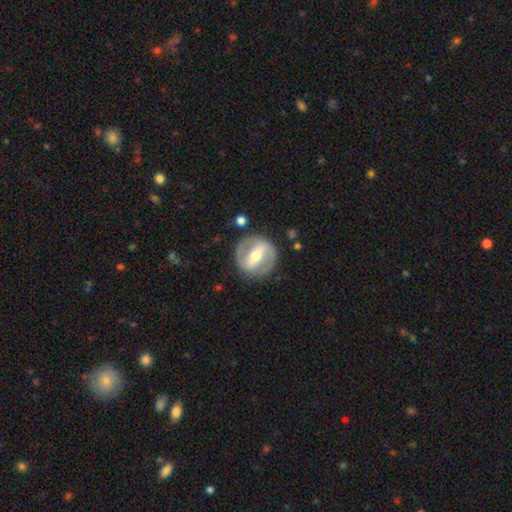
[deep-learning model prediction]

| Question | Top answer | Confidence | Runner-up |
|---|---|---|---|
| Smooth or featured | featured or disk | 75% | smooth (20%) |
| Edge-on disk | no | 94% | yes (6%) |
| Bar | strong | 67% | weak (22%) |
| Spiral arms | yes | 53% | no (47%) |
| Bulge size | moderate | 62% | small (31%) |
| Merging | none | 84% | minor disturbance (10%) |